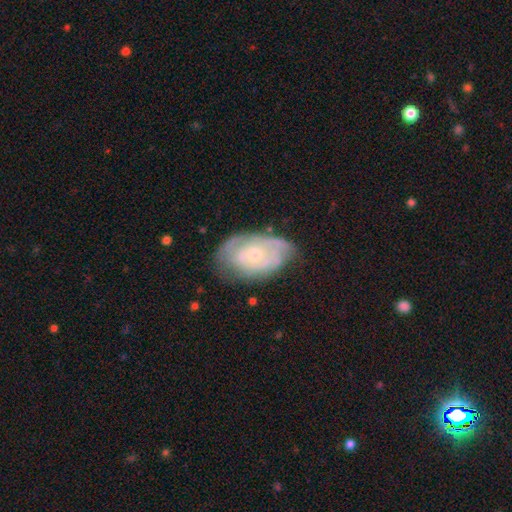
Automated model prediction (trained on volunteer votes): Smooth or featured: featured or disk — 69% (smooth — 25%)
Edge-on disk: no — 95% (yes — 5%)
Bar: no — 80% (weak — 17%)
Spiral arms: yes — 73% (no — 27%)
Bulge size: small — 55% (moderate — 40%)
Merging: none — 60% (minor disturbance — 28%)